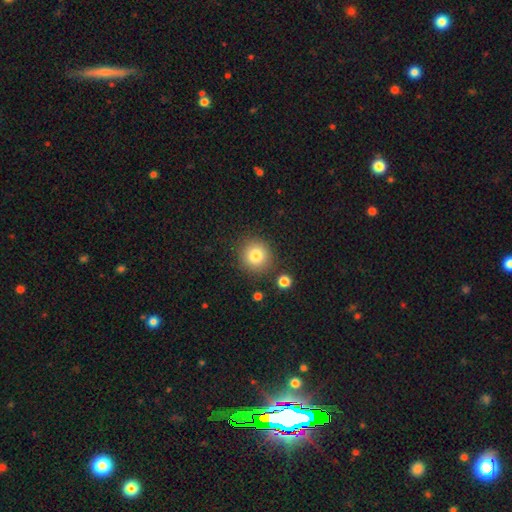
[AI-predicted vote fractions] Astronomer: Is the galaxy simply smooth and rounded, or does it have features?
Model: smooth — 81%.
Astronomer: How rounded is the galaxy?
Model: round — 92%.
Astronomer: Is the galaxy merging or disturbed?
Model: none — 84%.